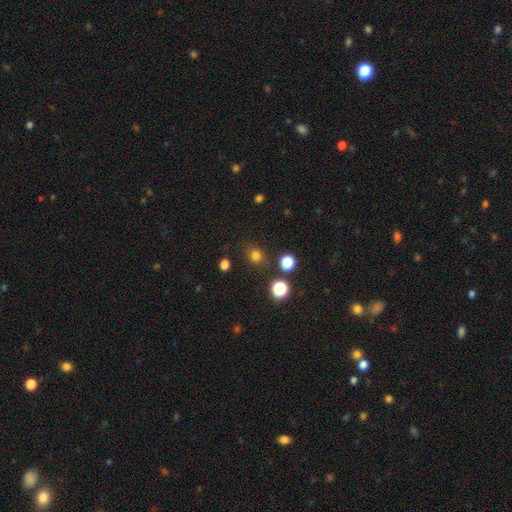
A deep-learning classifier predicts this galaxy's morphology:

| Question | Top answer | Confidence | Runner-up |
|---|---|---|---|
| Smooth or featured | smooth | 77% | star or artifact (18%) |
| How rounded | round | 84% | in between (15%) |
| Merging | none | 84% | minor disturbance (9%) |